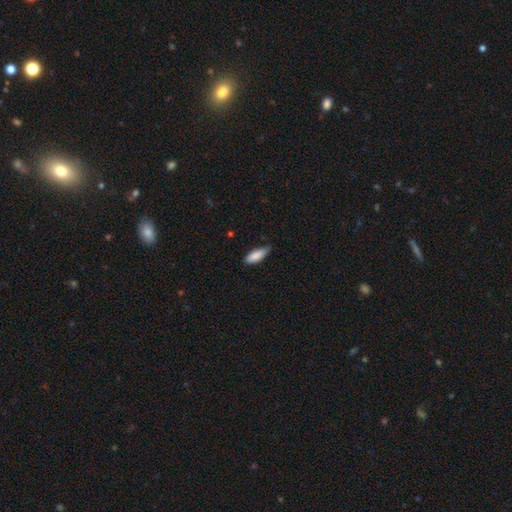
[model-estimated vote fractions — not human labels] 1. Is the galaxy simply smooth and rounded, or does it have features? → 87% smooth, 7% featured or disk, 6% star or artifact.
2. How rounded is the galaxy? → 70% in between, 28% cigar-shaped, 2% round.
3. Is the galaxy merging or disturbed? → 68% none, 28% minor disturbance, 3% major disturbance, 1% merger.